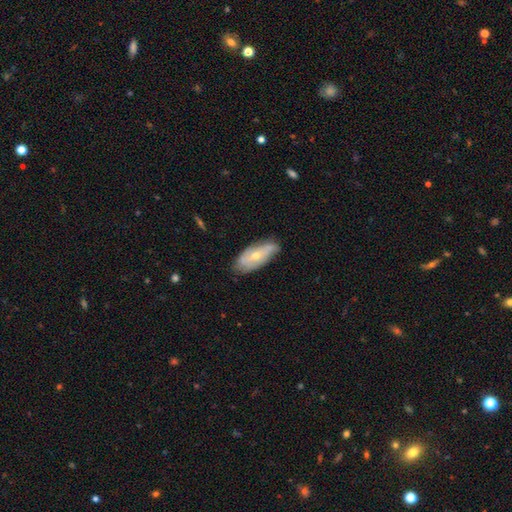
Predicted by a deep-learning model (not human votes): This is possibly a featured or disk galaxy (55%). It is clearly not viewed edge-on (83%). Merging: likely none (67%).